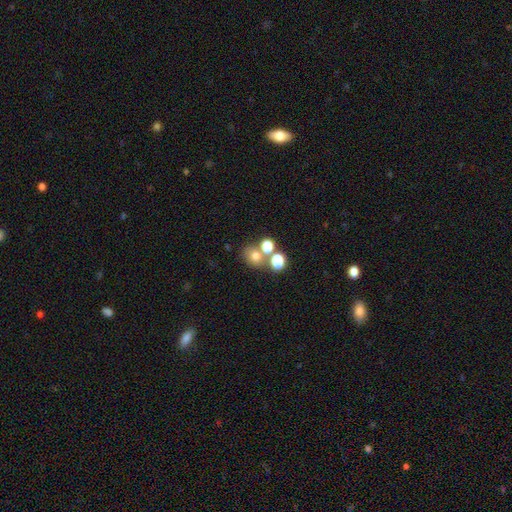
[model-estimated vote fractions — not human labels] The model was most divided on "merging": none: 53%, merger: 33%, minor disturbance: 9%, major disturbance: 5%. More confident: how rounded — round (70%); smooth or featured — smooth (70%).